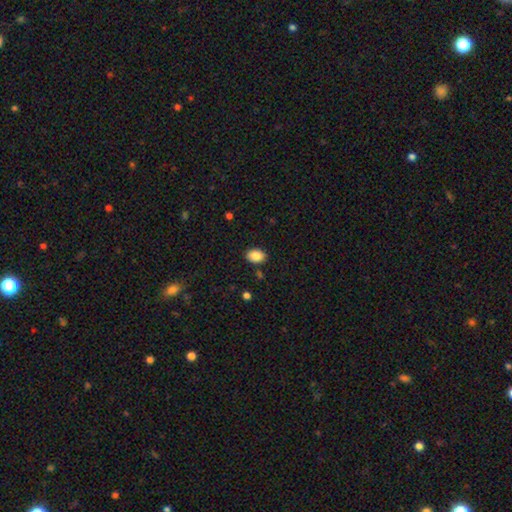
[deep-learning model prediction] Smooth or featured? smooth (86%)
How rounded? in between (79%)
Merging? none (88%)